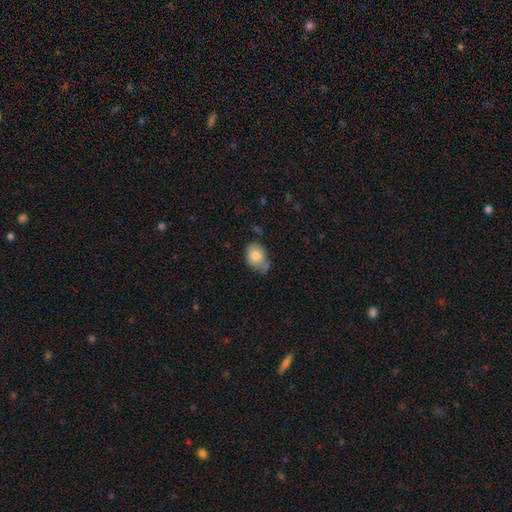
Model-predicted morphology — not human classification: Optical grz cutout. It shows a smooth galaxy with no disk features (79%) that is in between round and cigar-shaped (76%). Merging: none (50%).